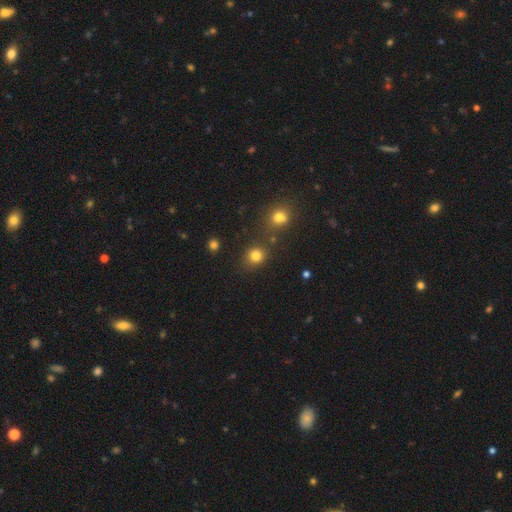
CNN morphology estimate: A smooth galaxy with no disk features (81%) that is round (80%). Merging: none (76%).